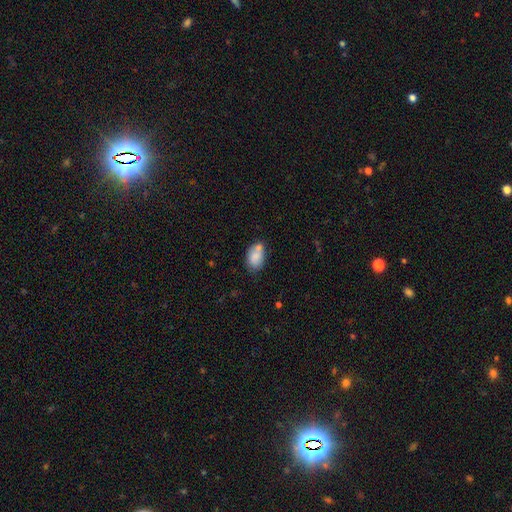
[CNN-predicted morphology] type=smooth (79%); roundness=in between (86%); merging=none (48%).